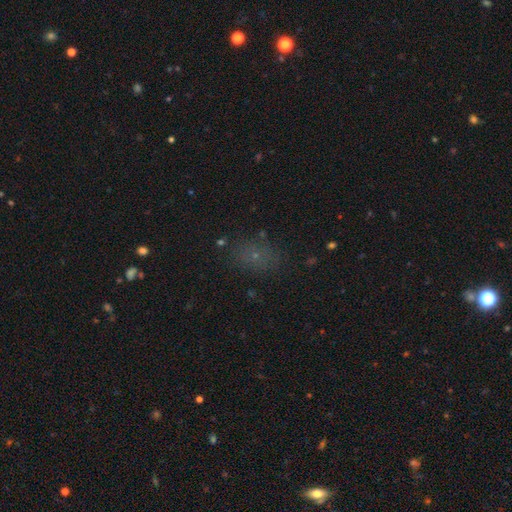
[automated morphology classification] This appears to be a smooth galaxy with no disk features (56%) that is in between round and cigar-shaped (60%). Merging: none (77%).